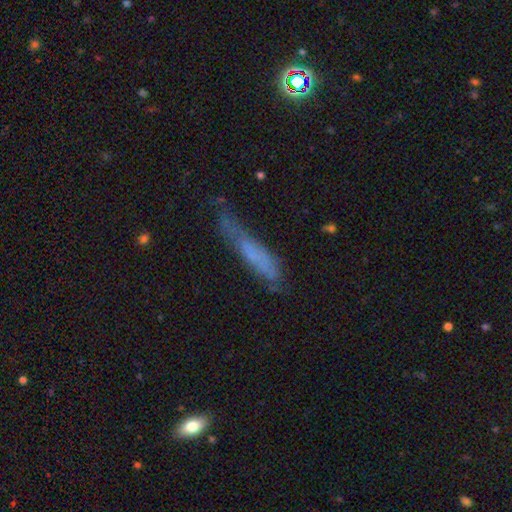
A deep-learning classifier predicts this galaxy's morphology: A smooth galaxy with no disk features (53%) that is cigar-shaped (88%).

Vote fractions:
- Smooth or featured? smooth: 53% / featured or disk: 36% / star or artifact: 11%
- How rounded? cigar-shaped: 88% / in between: 10% / round: 2%
- Merging? none: 48% / minor disturbance: 32% / major disturbance: 17% / merger: 4%